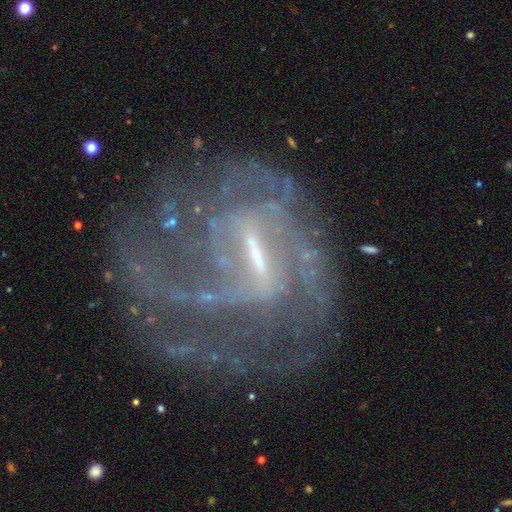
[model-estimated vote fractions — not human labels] This appears to be a featured or disk galaxy (84%) with a strong bar (44%), medium (41%) spiral arms (86%) and a small central bulge (50%). Merging: none (49%).